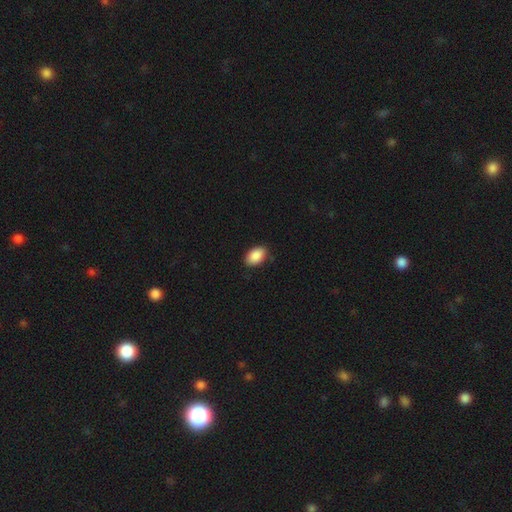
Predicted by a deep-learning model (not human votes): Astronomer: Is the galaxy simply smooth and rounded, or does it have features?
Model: smooth — 90%.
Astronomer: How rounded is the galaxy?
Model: in between — 91%.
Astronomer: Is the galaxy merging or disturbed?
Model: none — 86%.